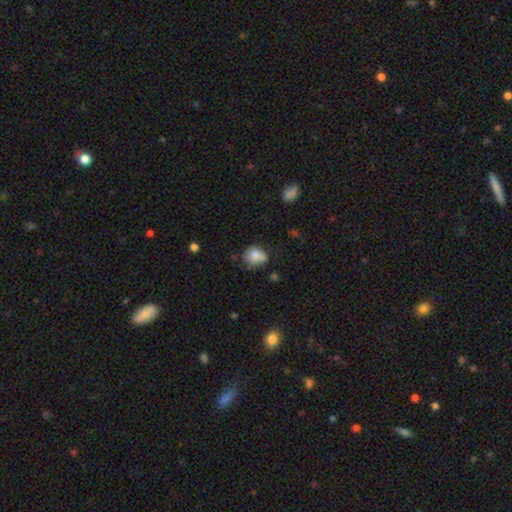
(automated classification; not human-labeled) Smooth or featured?
  - smooth: 81% *
  - featured or disk: 10%
  - star or artifact: 9%
How rounded?
  - round: 73% *
  - in between: 26%
  - cigar-shaped: 1%
Merging?
  - none: 54% *
  - minor disturbance: 27%
  - merger: 12%
  - major disturbance: 8%